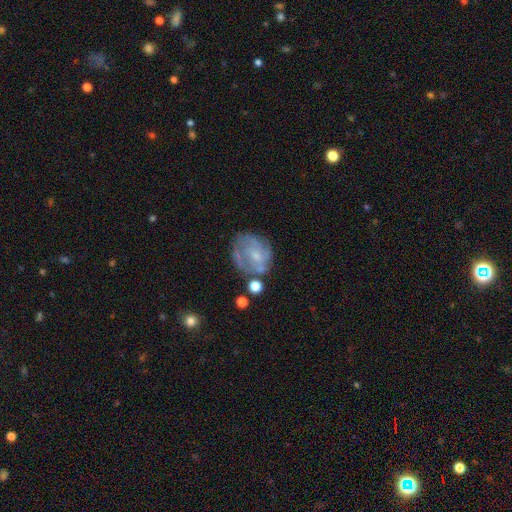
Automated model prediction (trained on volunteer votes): Morphology: type=featured or disk (67%); edge-on=no (97%); bar=no (60%); spiral arms=yes (76%); bulge=small (58%); merging=none (58%).